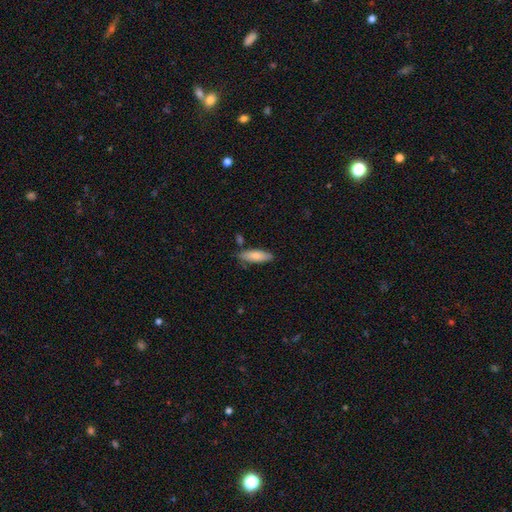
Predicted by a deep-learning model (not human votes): Smooth or featured?
  - smooth: 80% *
  - featured or disk: 14%
  - star or artifact: 6%
How rounded?
  - in between: 56% *
  - cigar-shaped: 42%
  - round: 2%
Merging?
  - none: 77% *
  - minor disturbance: 16%
  - merger: 5%
  - major disturbance: 3%